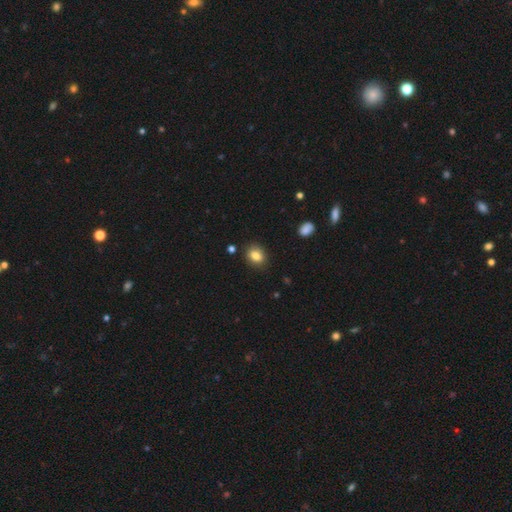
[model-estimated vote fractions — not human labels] Smooth or featured?
  - smooth: 83% *
  - star or artifact: 10%
  - featured or disk: 7%
How rounded?
  - in between: 57% *
  - round: 42%
  - cigar-shaped: 1%
Merging?
  - none: 83% *
  - minor disturbance: 12%
  - major disturbance: 3%
  - merger: 2%